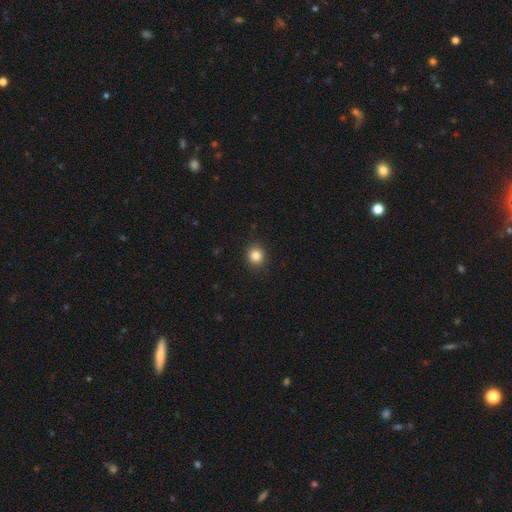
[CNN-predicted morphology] type=smooth (84%); roundness=round (85%); merging=none (91%).